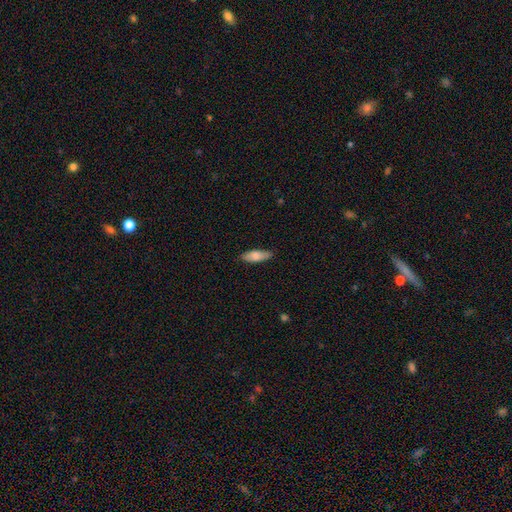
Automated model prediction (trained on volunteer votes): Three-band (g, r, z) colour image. It shows a smooth galaxy with no disk features (79%) that is in between round and cigar-shaped (62%). Merging: none (85%).